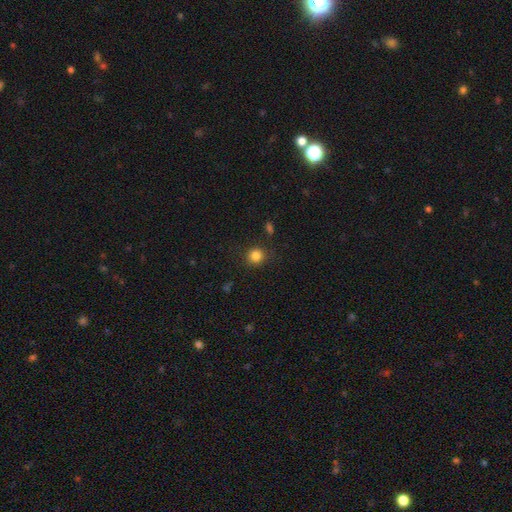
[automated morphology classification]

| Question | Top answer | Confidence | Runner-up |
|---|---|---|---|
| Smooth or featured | smooth | 84% | star or artifact (12%) |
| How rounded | round | 88% | in between (11%) |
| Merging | none | 87% | minor disturbance (9%) |